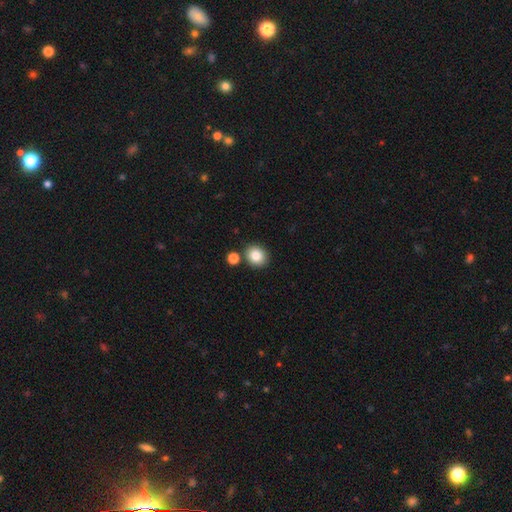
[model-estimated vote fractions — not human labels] Morphology: type=smooth (84%); roundness=round (78%); merging=none (81%).